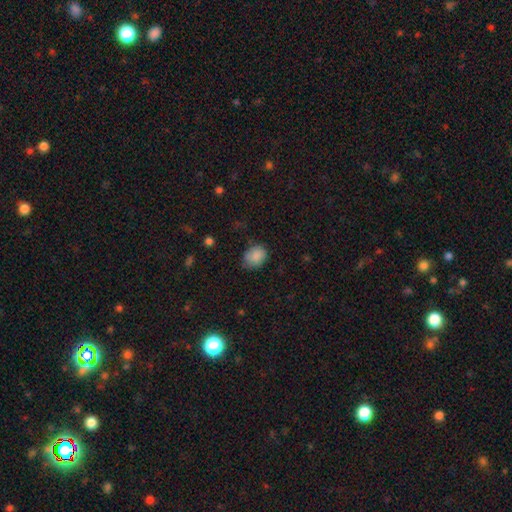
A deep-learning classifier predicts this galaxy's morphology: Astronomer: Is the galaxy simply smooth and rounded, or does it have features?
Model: smooth — 86%.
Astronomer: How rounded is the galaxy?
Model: round — 51% (runner-up: in between, 49%).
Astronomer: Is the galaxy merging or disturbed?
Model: none — 68%.